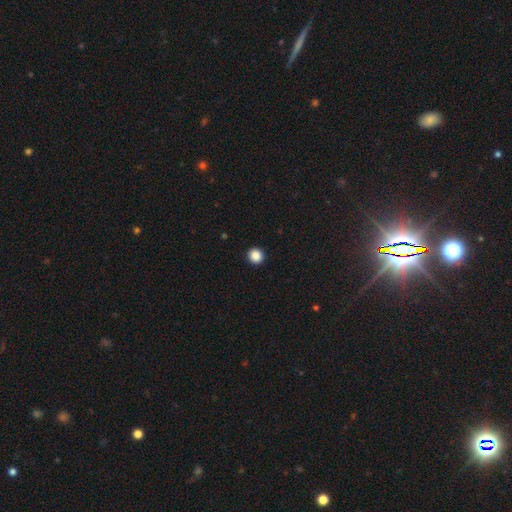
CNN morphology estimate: The model was most divided on "smooth or featured": smooth: 87%, star or artifact: 10%, featured or disk: 3%. More confident: merging — none (93%); how rounded — round (91%).